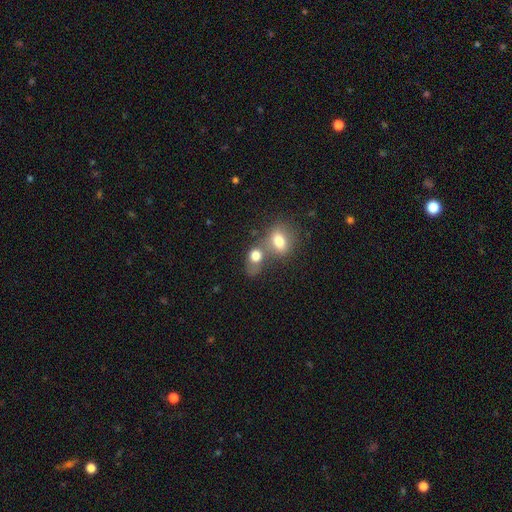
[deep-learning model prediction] smooth_or_featured: smooth (p=0.78) [alt: featured or disk p=0.12]
how_rounded: in between (p=0.52) [alt: round p=0.46]
merging: merger (p=0.51) [alt: none p=0.31]